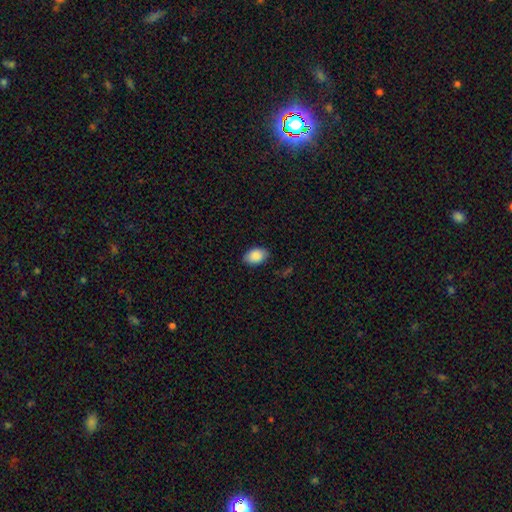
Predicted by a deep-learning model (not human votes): smooth_or_featured: smooth (p=0.88) [alt: star or artifact p=0.07]
how_rounded: in between (p=0.90) [alt: round p=0.09]
merging: none (p=0.87) [alt: minor disturbance p=0.10]